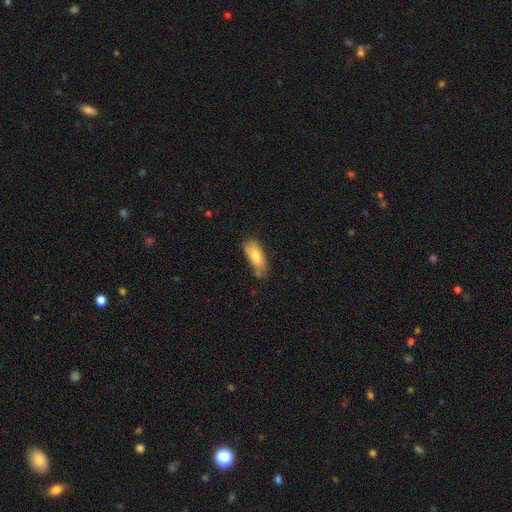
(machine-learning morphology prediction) Smooth or featured? Predicted: smooth (p=0.74). How rounded? Predicted: in between (p=0.75). Merging? Predicted: none (p=0.57).